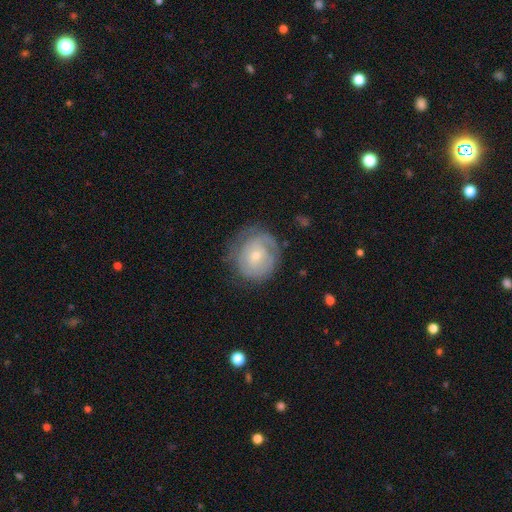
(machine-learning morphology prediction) Q: Smooth or featured?
A: featured or disk (63%); runner-up: smooth (29%)
Q: Edge-on disk?
A: no (97%); runner-up: yes (3%)
Q: Bar?
A: no (78%); runner-up: weak (19%)
Q: Spiral arms?
A: yes (75%); runner-up: no (25%)
Q: Bulge size?
A: small (66%); runner-up: moderate (30%)
Q: Merging?
A: none (70%); runner-up: minor disturbance (20%)